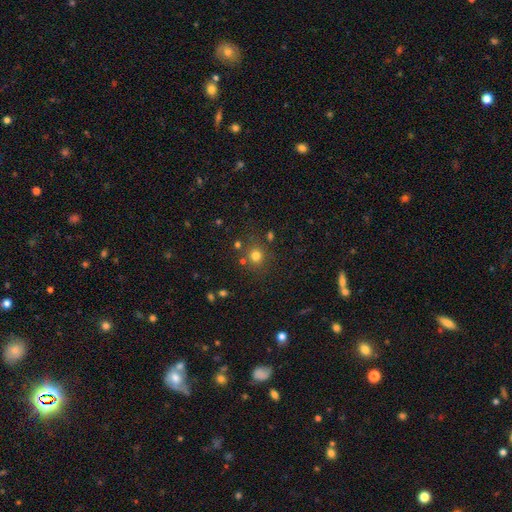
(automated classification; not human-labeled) Smooth or featured: smooth — 75% (star or artifact — 18%)
How rounded: round — 89% (in between — 11%)
Merging: none — 78% (minor disturbance — 10%)